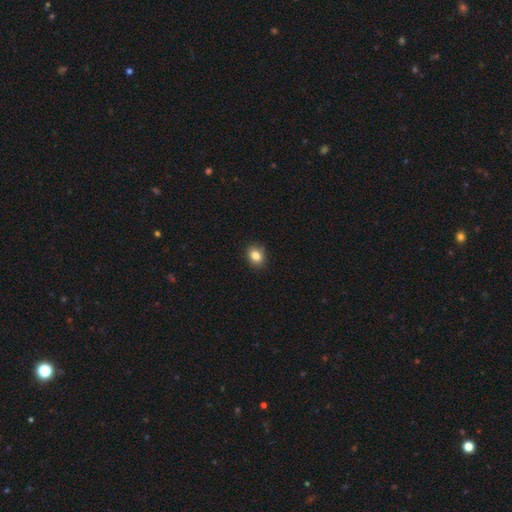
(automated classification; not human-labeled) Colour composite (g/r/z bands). It shows a smooth galaxy with no disk features (84%) that is in between round and cigar-shaped (53%). Merging: none (86%).